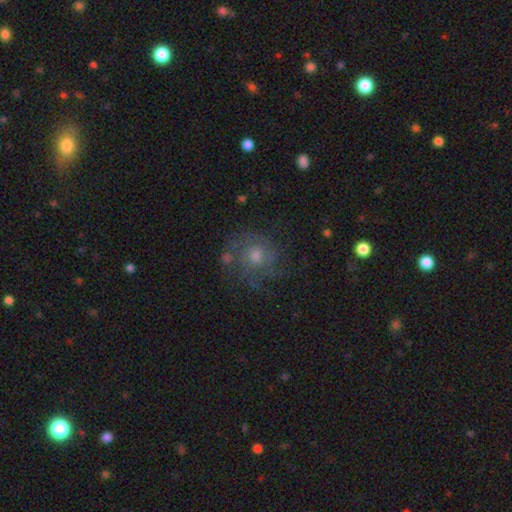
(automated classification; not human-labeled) Smooth or featured? featured or disk (49%)
Merging? none (65%)